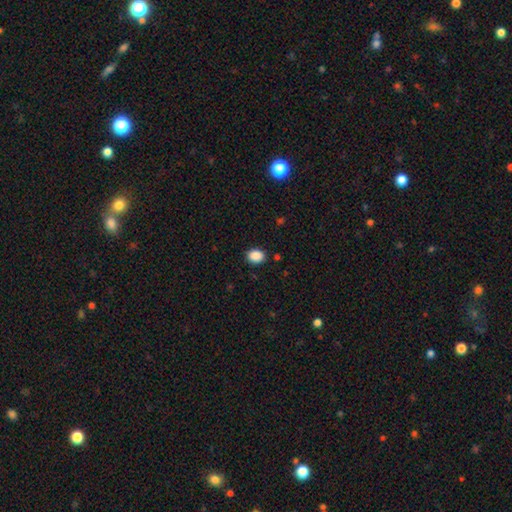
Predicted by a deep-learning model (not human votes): smooth_or_featured: smooth (p=0.89) [alt: star or artifact p=0.09]
how_rounded: in between (p=0.59) [alt: round p=0.40]
merging: none (p=0.89) [alt: minor disturbance p=0.08]